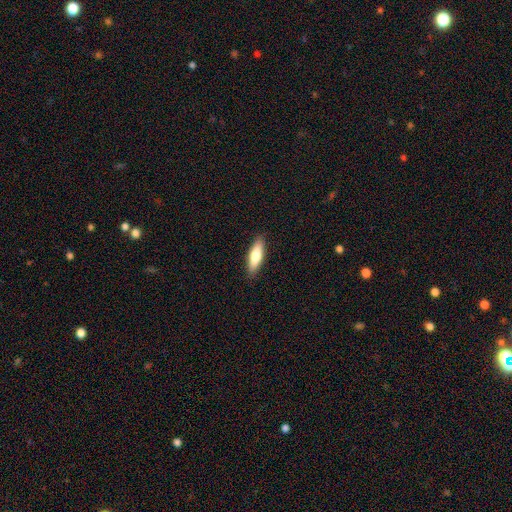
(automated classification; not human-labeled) This appears to be a smooth galaxy with no disk features (73%) that is cigar-shaped (52%). Merging: none (89%).